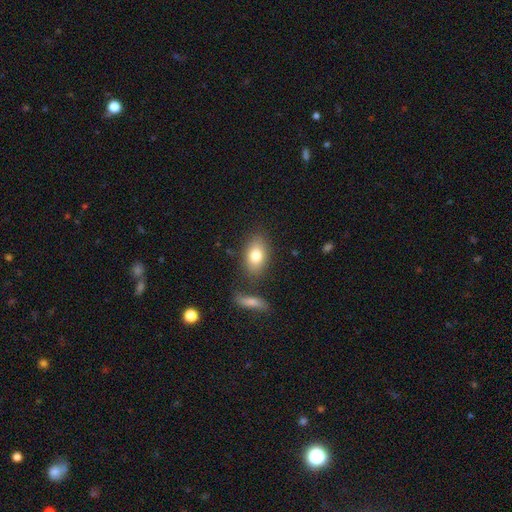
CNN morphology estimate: A smooth galaxy with no disk features (78%) that is in between round and cigar-shaped (86%).

Vote fractions:
- Smooth or featured? smooth: 78% / featured or disk: 14% / star or artifact: 8%
- How rounded? in between: 86% / round: 12% / cigar-shaped: 3%
- Merging? none: 75% / minor disturbance: 13% / merger: 8% / major disturbance: 4%